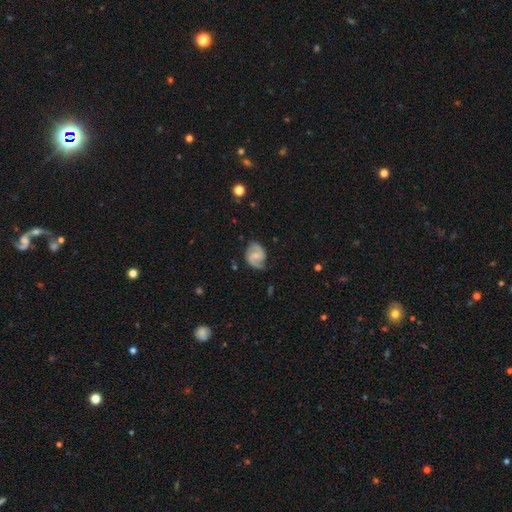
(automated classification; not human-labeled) The model was most divided on "bar": weak: 49%, no: 36%, strong: 15%. More confident: edge-on disk — no (98%); spiral arms — yes (97%); spiral arm count — 2 (91%); smooth or featured — featured or disk (86%); merging — none (75%); spiral winding — medium (55%); bulge size — small (53%).